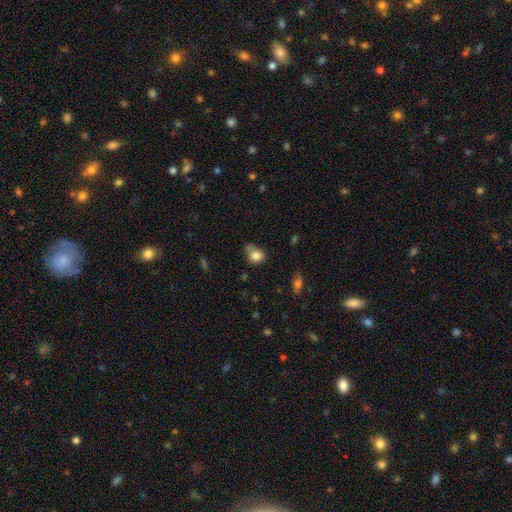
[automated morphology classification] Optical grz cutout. It shows a smooth galaxy with no disk features (81%) that is round (59%). Merging: none (47%).